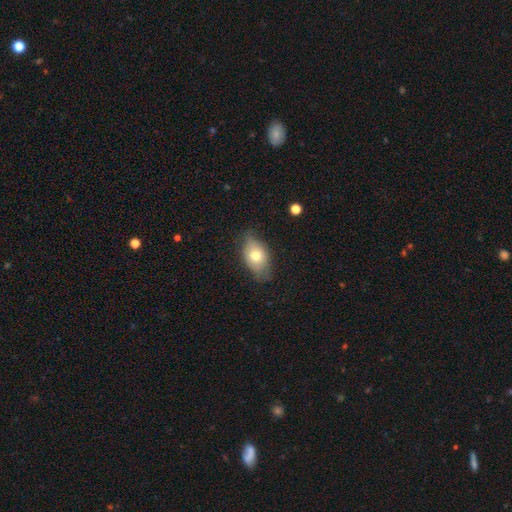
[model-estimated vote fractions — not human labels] Morphology: type=smooth (71%); roundness=in between (86%); merging=none (65%).